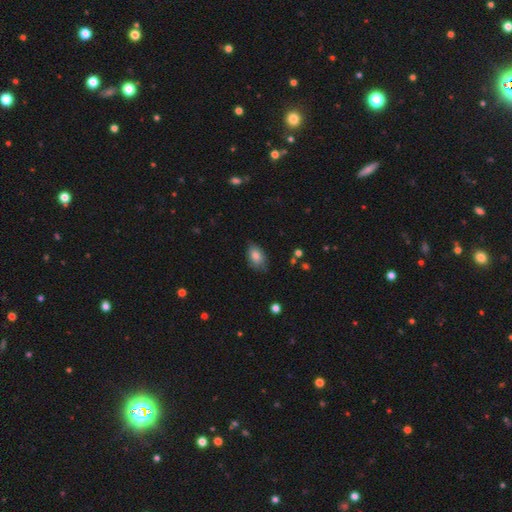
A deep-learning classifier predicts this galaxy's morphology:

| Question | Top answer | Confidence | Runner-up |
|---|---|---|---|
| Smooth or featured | smooth | 82% | featured or disk (10%) |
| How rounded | in between | 89% | round (10%) |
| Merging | none | 69% | minor disturbance (25%) |